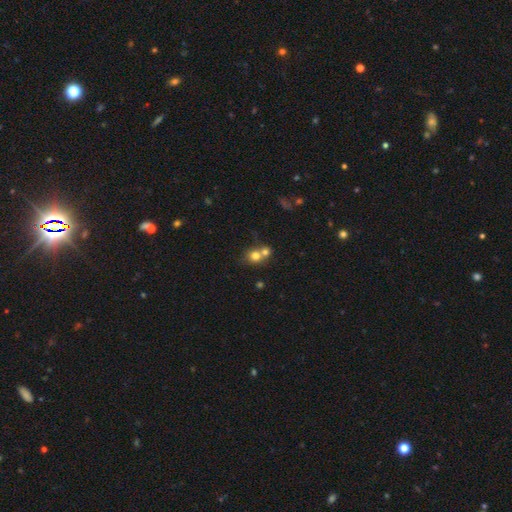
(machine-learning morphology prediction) Q: Smooth or featured?
A: smooth (75%); runner-up: featured or disk (13%)
Q: How rounded?
A: round (78%); runner-up: in between (21%)
Q: Merging?
A: merger (53%); runner-up: none (38%)